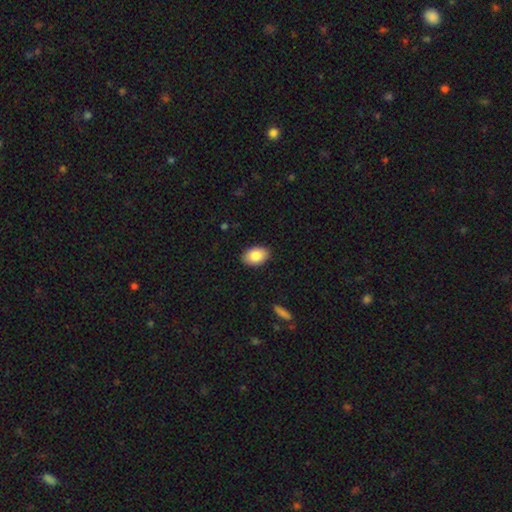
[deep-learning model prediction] Morphology: type=smooth (85%); roundness=in between (88%); merging=none (89%).